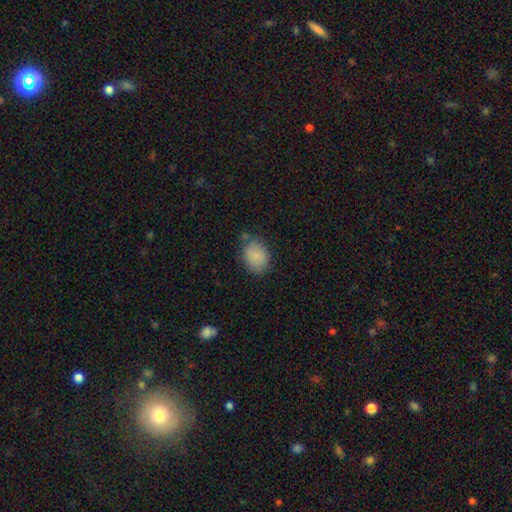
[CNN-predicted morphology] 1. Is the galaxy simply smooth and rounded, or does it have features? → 86% smooth, 8% star or artifact, 6% featured or disk.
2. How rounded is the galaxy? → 57% in between, 42% round, 1% cigar-shaped.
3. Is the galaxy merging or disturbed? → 73% none, 19% minor disturbance, 5% major disturbance, 4% merger.